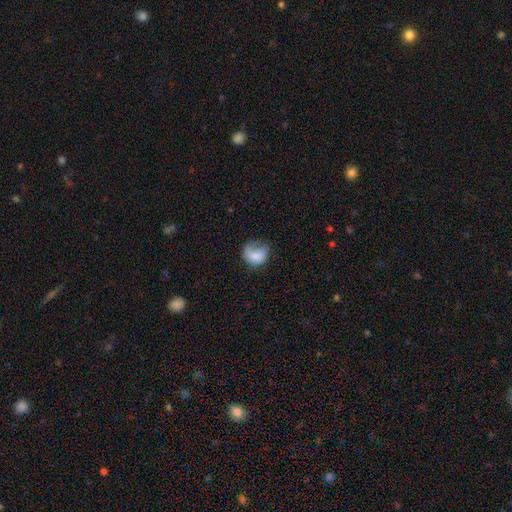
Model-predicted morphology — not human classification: This appears to be a smooth galaxy with no disk features (64%) that is round (54%). Merging: major disturbance (38%).